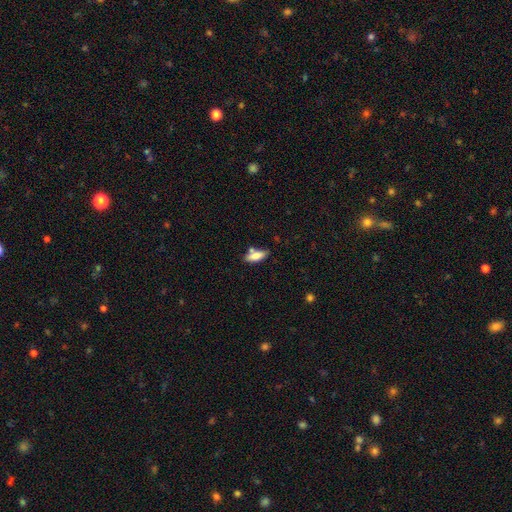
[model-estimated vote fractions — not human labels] The model was most divided on "merging": none: 63%, minor disturbance: 18%, merger: 15%, major disturbance: 4%. More confident: smooth or featured — smooth (77%); how rounded — in between (72%).